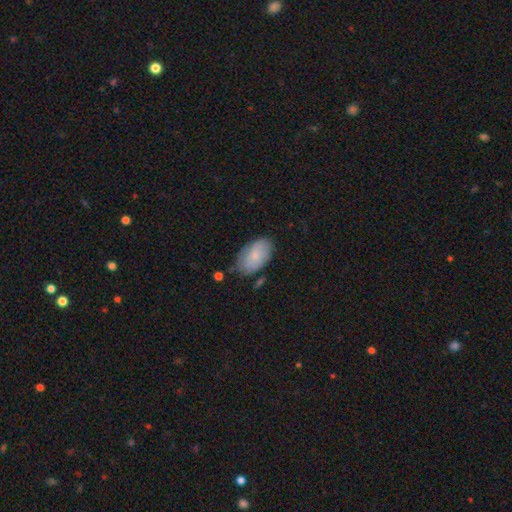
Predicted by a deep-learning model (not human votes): smooth_or_featured: smooth (p=0.71) [alt: featured or disk p=0.22]
how_rounded: in between (p=0.94) [alt: round p=0.05]
merging: none (p=0.70) [alt: minor disturbance p=0.22]